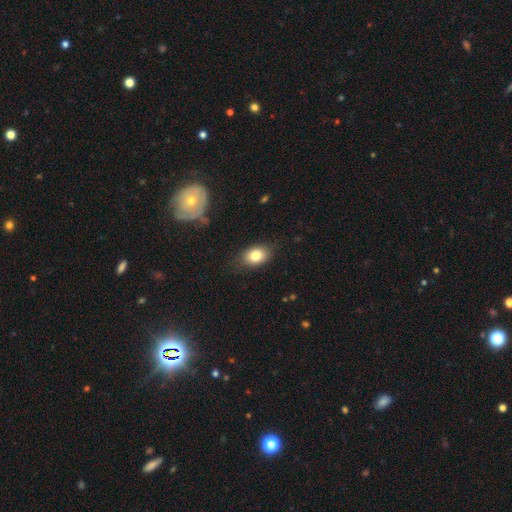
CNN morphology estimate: This is clearly a smooth galaxy (80%). How rounded: clearly in between (80%). Merging: clearly none (80%).